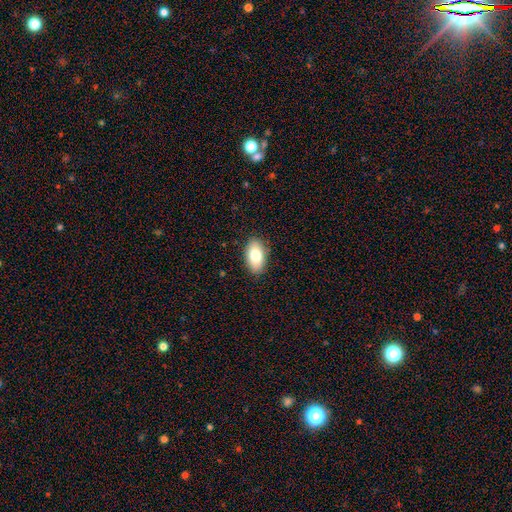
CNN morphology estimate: Q: Smooth or featured?
A: smooth (80%); runner-up: featured or disk (13%)
Q: How rounded?
A: in between (94%); runner-up: round (4%)
Q: Merging?
A: none (88%); runner-up: minor disturbance (9%)